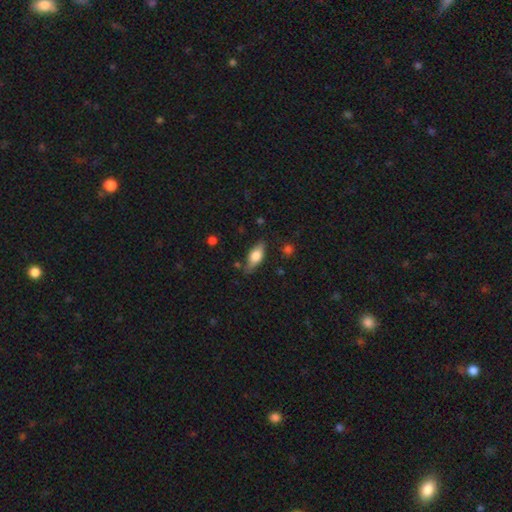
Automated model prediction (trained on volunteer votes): Smooth or featured? Predicted: smooth (p=0.69). How rounded? Predicted: in between (p=0.79). Merging? Predicted: none (p=0.76).